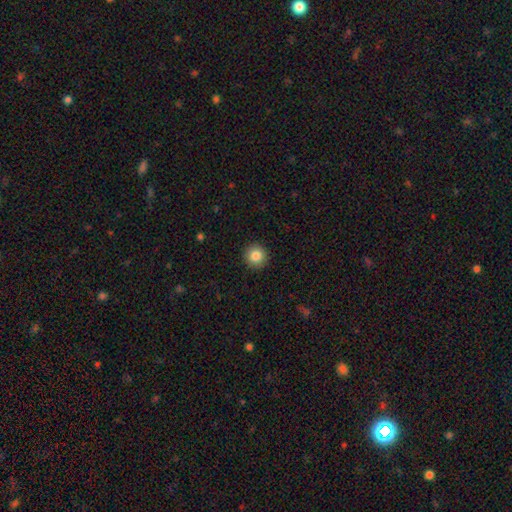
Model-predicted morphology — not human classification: Smooth or featured: smooth — 85% (star or artifact — 9%)
How rounded: round — 95% (in between — 4%)
Merging: none — 92% (minor disturbance — 5%)